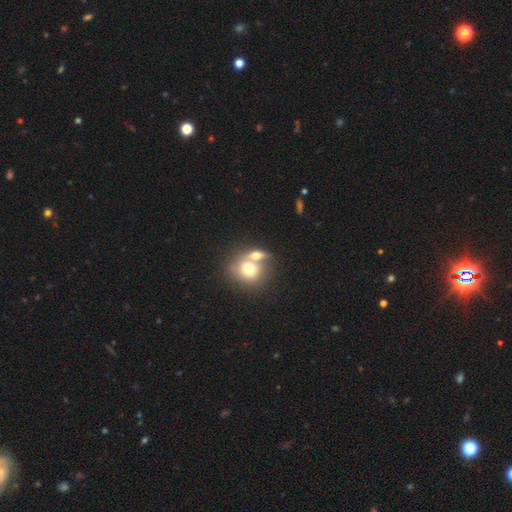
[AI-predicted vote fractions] smooth_or_featured: smooth (p=0.68) [alt: featured or disk p=0.23]
how_rounded: round (p=0.68) [alt: in between p=0.30]
merging: merger (p=0.58) [alt: none p=0.30]